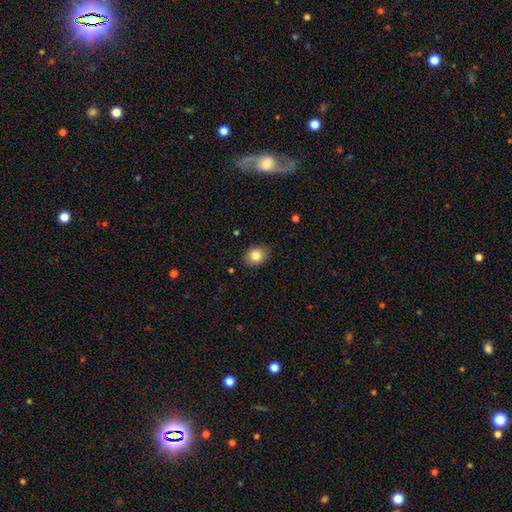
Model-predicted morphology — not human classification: type=smooth (84%); roundness=in between (57%); merging=none (81%).